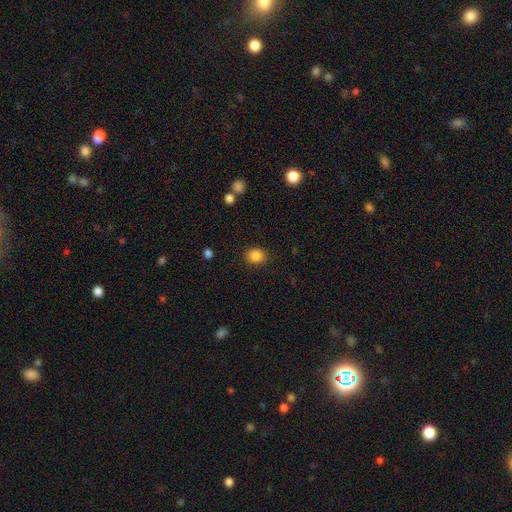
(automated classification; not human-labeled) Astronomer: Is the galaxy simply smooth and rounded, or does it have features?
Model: smooth — 86%.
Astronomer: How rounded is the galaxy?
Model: round — 67%.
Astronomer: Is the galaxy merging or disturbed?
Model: none — 89%.